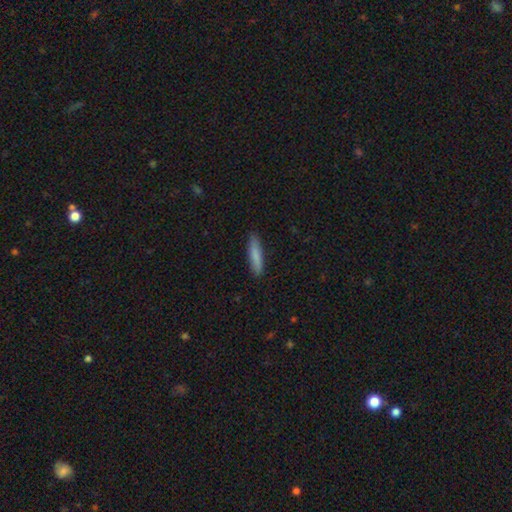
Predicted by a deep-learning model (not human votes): Smooth or featured: smooth — 83% (featured or disk — 11%)
How rounded: cigar-shaped — 80% (in between — 19%)
Merging: none — 87% (minor disturbance — 10%)